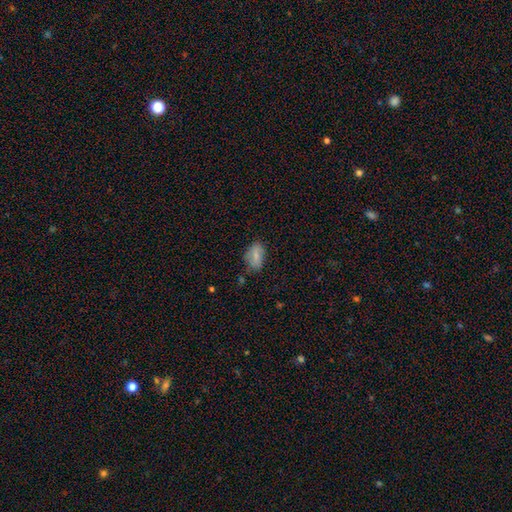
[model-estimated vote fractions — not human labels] Smooth or featured? Predicted: smooth (p=0.77). How rounded? Predicted: in between (p=0.90). Merging? Predicted: none (p=0.66).